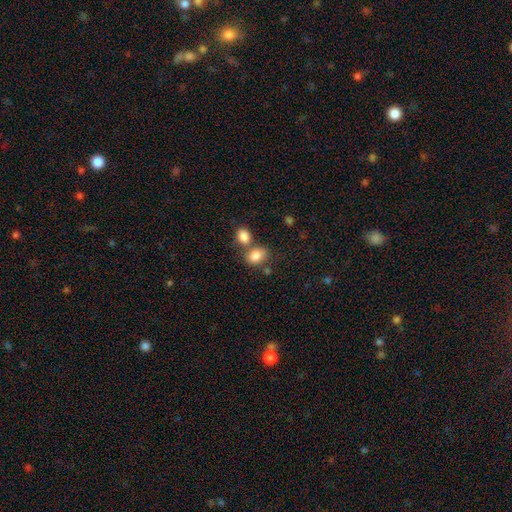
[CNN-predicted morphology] smooth_or_featured: smooth (p=0.84) [alt: star or artifact p=0.09]
how_rounded: in between (p=0.69) [alt: round p=0.30]
merging: none (p=0.48) [alt: merger p=0.36]